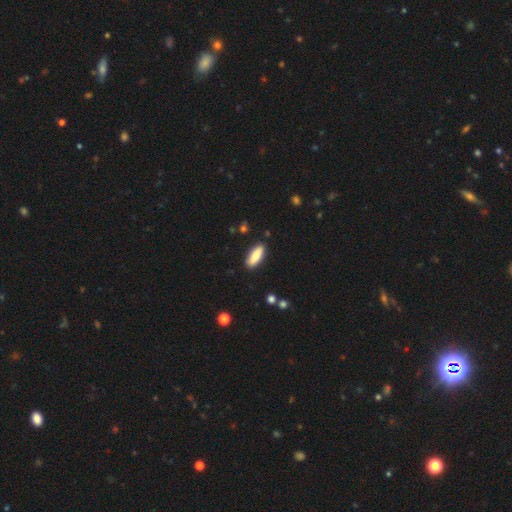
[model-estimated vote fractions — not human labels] The model was most divided on "how rounded": in between: 59%, cigar-shaped: 39%, round: 2%. More confident: merging — none (87%); smooth or featured — smooth (86%).